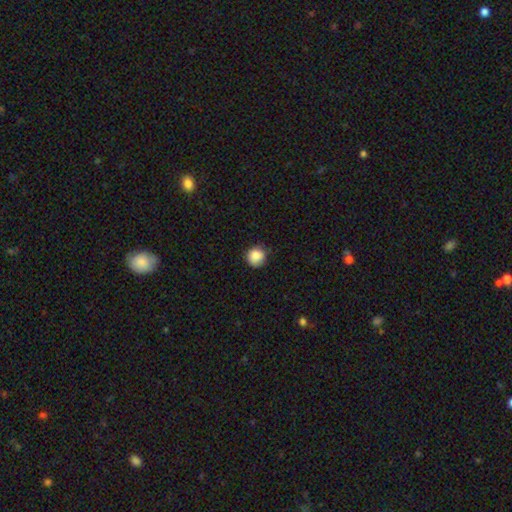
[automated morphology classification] smooth 87%, star or artifact 9%, featured or disk 4%. Down the decision tree: how rounded — round (92%); merging — none (78%).